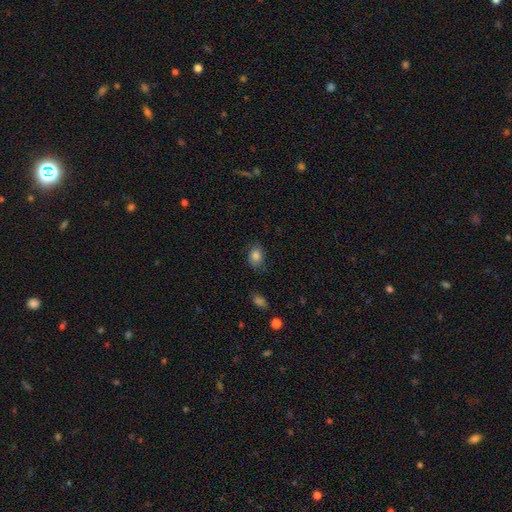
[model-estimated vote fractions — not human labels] Smooth or featured: smooth — 83% (star or artifact — 10%)
How rounded: in between — 67% (round — 32%)
Merging: none — 74% (minor disturbance — 19%)